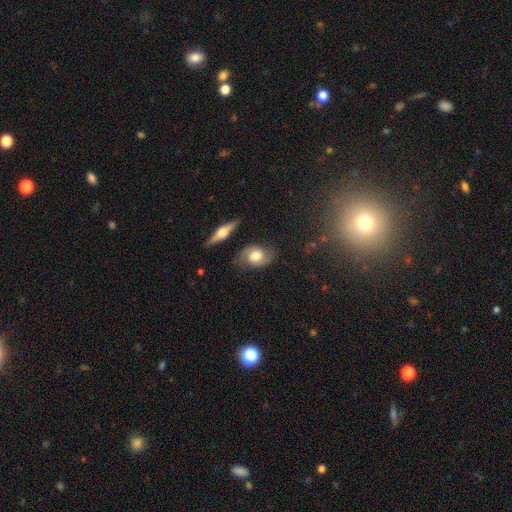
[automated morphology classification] smooth-or-featured: featured or disk: 52% | smooth: 40% | star or artifact: 8%
  disk-edge-on: no: 89% | yes: 11%
  merging: none: 73% | minor disturbance: 19% | major disturbance: 5% | merger: 3%